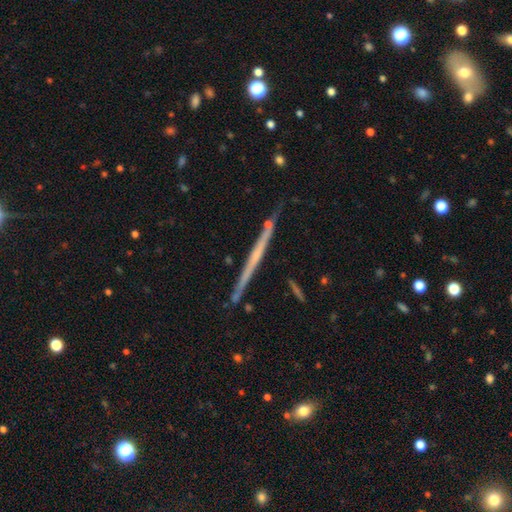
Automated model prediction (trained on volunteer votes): A featured or disk galaxy (68%) viewed edge-on (98%) with no central bulge (78%). Merging: none (87%).